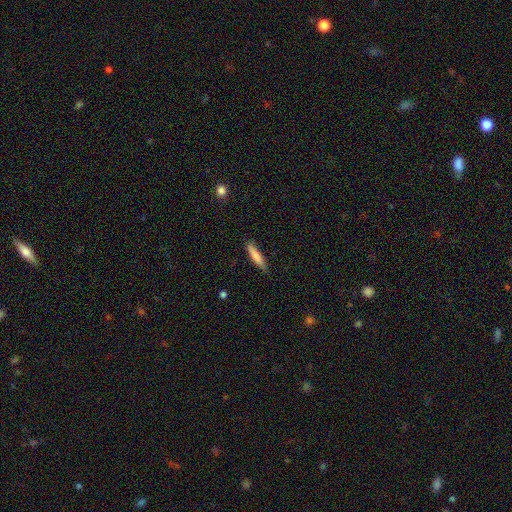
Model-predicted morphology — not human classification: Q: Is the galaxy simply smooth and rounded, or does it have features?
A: smooth — 80%.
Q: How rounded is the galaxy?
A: cigar-shaped — 84%.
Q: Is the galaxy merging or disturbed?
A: none — 80%.